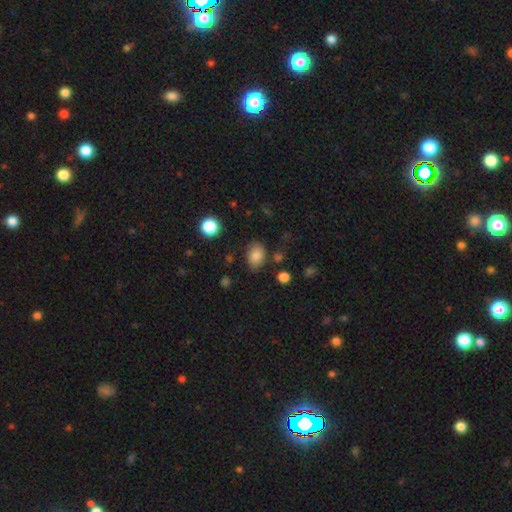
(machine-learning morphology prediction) Q: Smooth or featured?
A: smooth (83%); runner-up: star or artifact (9%)
Q: How rounded?
A: in between (77%); runner-up: round (22%)
Q: Merging?
A: none (77%); runner-up: minor disturbance (15%)